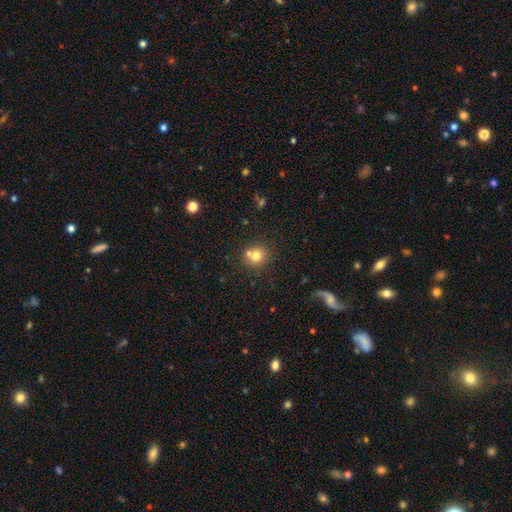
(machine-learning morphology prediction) The model was most divided on "merging": none: 58%, merger: 28%, minor disturbance: 10%, major disturbance: 4%. More confident: how rounded — round (84%); smooth or featured — smooth (75%).